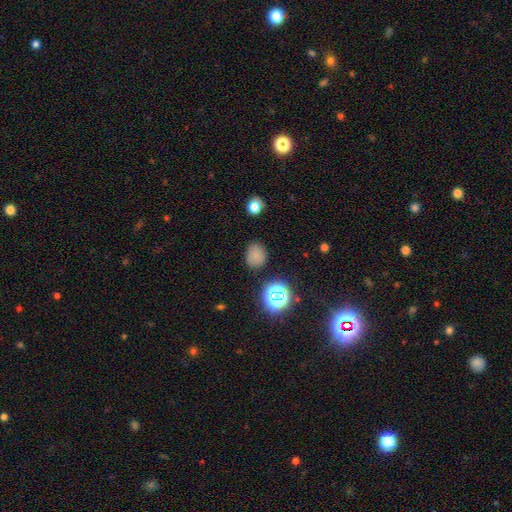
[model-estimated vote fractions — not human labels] smooth_or_featured: smooth (p=0.74) [alt: star or artifact p=0.19]
how_rounded: round (p=0.55) [alt: in between p=0.44]
merging: none (p=0.80) [alt: minor disturbance p=0.14]